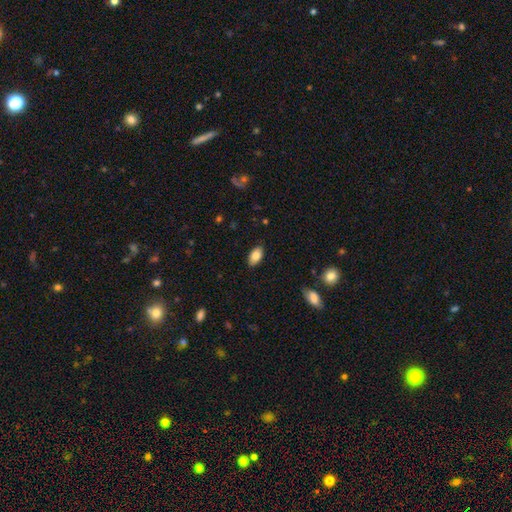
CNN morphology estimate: Q: Smooth or featured?
A: smooth (83%); runner-up: featured or disk (10%)
Q: How rounded?
A: in between (94%); runner-up: round (4%)
Q: Merging?
A: none (87%); runner-up: minor disturbance (10%)